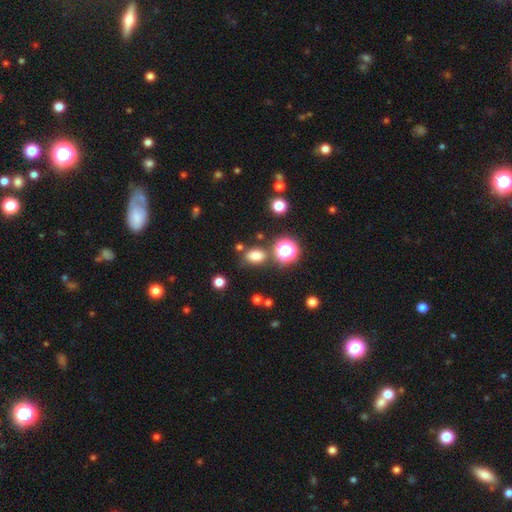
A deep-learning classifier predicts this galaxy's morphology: This appears to be a smooth galaxy with no disk features (76%) that is in between round and cigar-shaped (69%). Merging: none (74%).